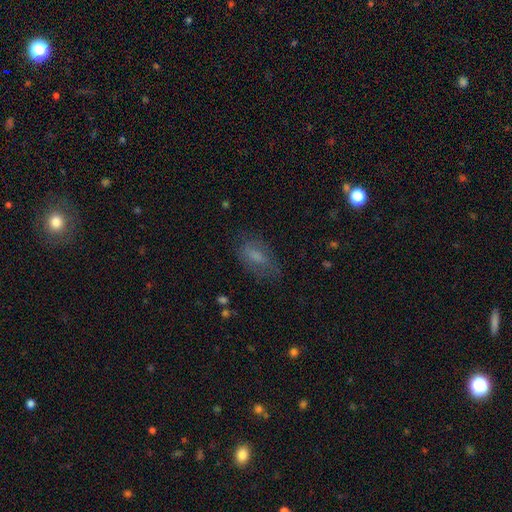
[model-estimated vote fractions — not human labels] Smooth or featured: smooth — 61% (featured or disk — 27%)
How rounded: in between — 84% (cigar-shaped — 9%)
Merging: none — 66% (minor disturbance — 21%)